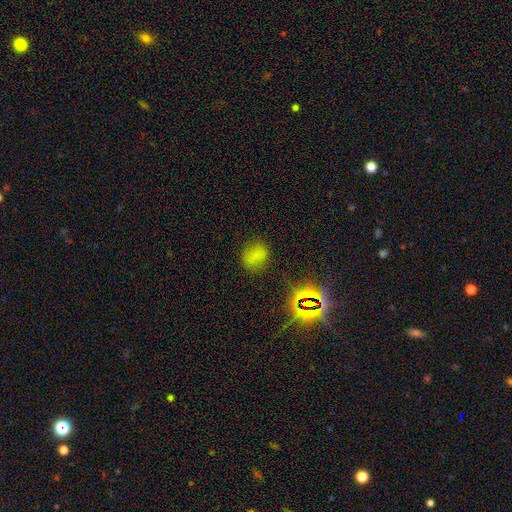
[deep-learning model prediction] Smooth or featured? smooth (67%)
How rounded? in between (50%)
Merging? none (76%)